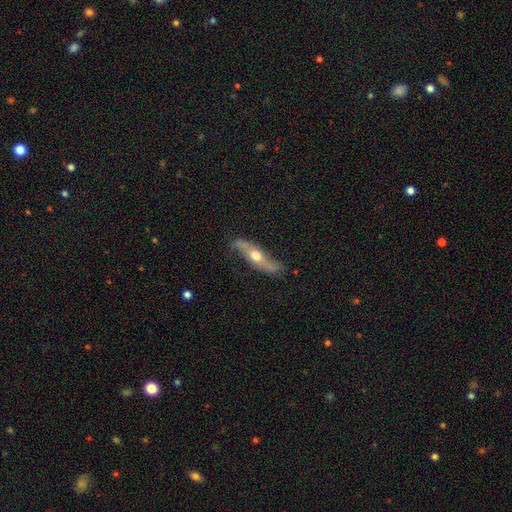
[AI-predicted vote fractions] featured or disk 70%, smooth 25%, star or artifact 5%. Down the decision tree: edge-on disk — no (50%, tied with yes); merging — none (69%).